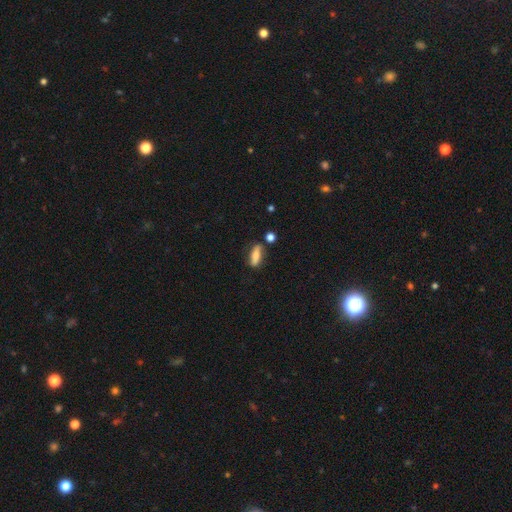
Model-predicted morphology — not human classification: smooth_or_featured: smooth (p=0.71) [alt: featured or disk p=0.21]
how_rounded: in between (p=0.54) [alt: cigar-shaped p=0.42]
merging: none (p=0.73) [alt: minor disturbance p=0.17]